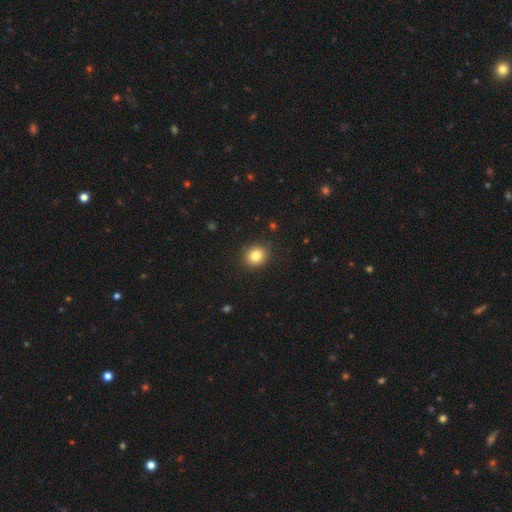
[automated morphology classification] This appears to be a smooth galaxy with no disk features (83%) that is round (84%). Merging: none (90%).